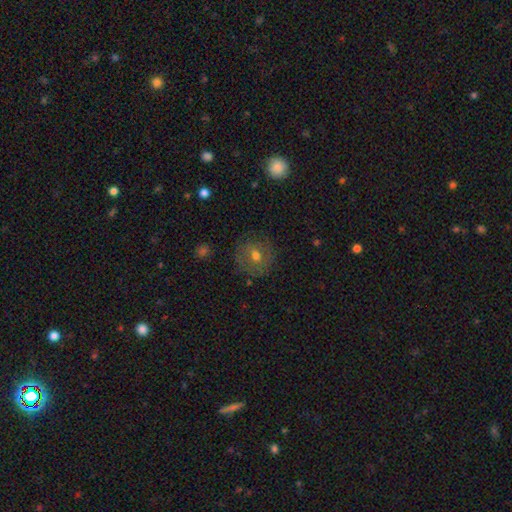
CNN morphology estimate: smooth_or_featured: smooth (p=0.59) [alt: featured or disk p=0.29]
how_rounded: round (p=0.87) [alt: in between p=0.12]
merging: none (p=0.80) [alt: minor disturbance p=0.13]